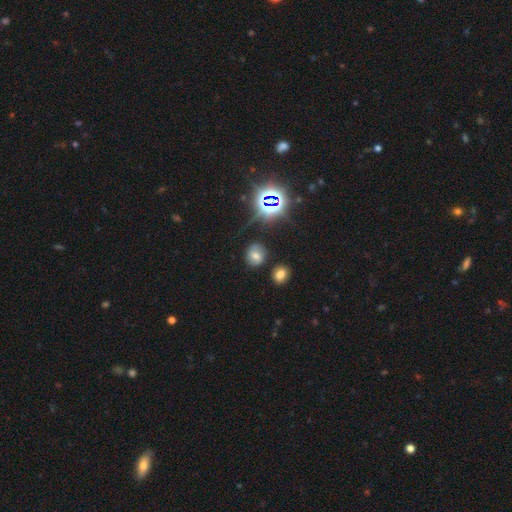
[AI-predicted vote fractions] Q: Smooth or featured?
A: smooth (57%); runner-up: star or artifact (26%)
Q: How rounded?
A: round (66%); runner-up: in between (33%)
Q: Merging?
A: none (78%); runner-up: minor disturbance (12%)